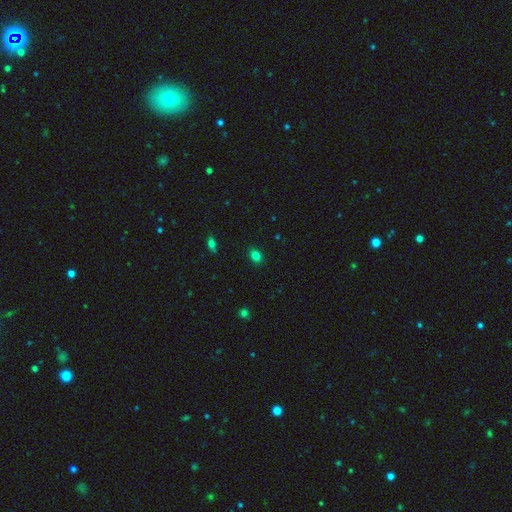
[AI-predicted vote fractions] Smooth or featured?
  - smooth: 82% *
  - star or artifact: 14%
  - featured or disk: 5%
How rounded?
  - in between: 65% *
  - round: 34%
  - cigar-shaped: 1%
Merging?
  - none: 87% *
  - minor disturbance: 9%
  - major disturbance: 2%
  - merger: 1%